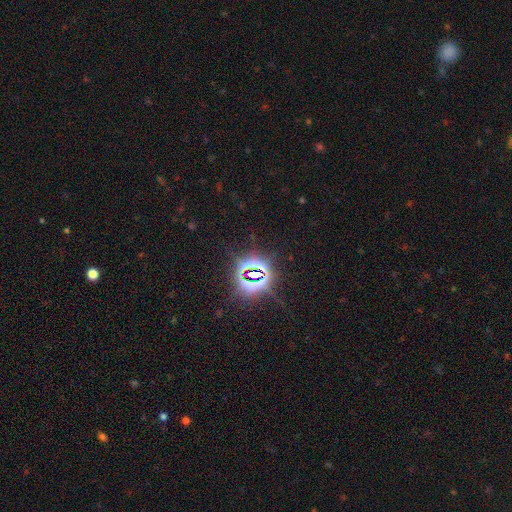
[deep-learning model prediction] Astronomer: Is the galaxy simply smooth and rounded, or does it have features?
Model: star or artifact — 83%.